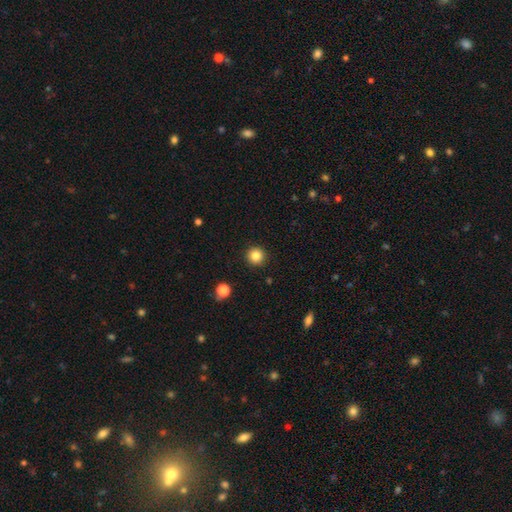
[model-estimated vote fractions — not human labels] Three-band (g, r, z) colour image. It shows a smooth galaxy with no disk features (84%) that is round (96%). Merging: none (93%).